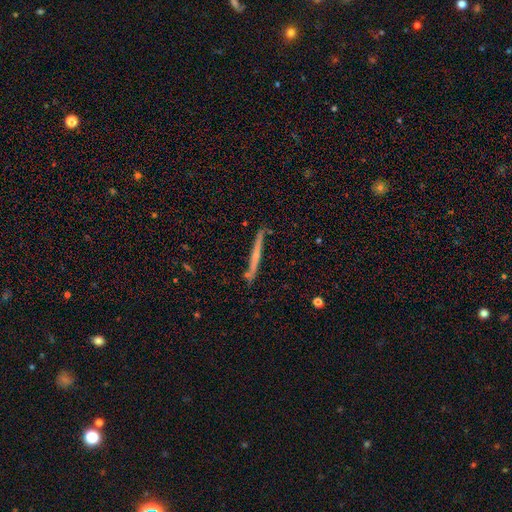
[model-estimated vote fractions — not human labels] Smooth or featured?
  - featured or disk: 55% *
  - smooth: 39%
  - star or artifact: 6%
Edge-on disk?
  - yes: 96% *
  - no: 4%
Edge-on bulge?
  - none: 69% *
  - rounded: 23%
  - boxy: 7%
Merging?
  - none: 83% *
  - minor disturbance: 12%
  - merger: 3%
  - major disturbance: 2%